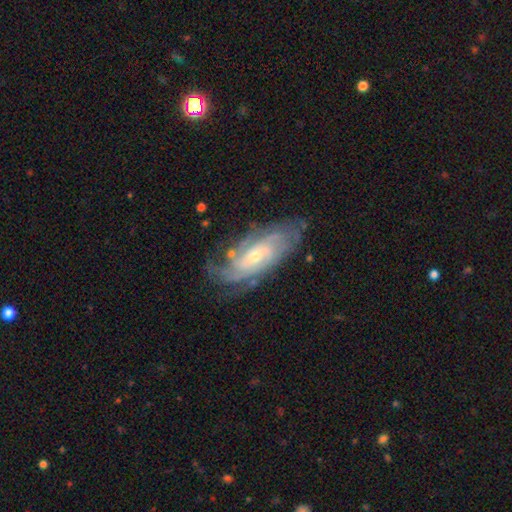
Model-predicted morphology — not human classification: smooth_or_featured: featured or disk (p=0.86) [alt: smooth p=0.09]
disk_edge_on: no (p=0.92) [alt: yes p=0.08]
bar: no (p=0.58) [alt: weak p=0.33]
has_spiral_arms: yes (p=0.95) [alt: no p=0.05]
spiral_winding: tight (p=0.63) [alt: medium p=0.30]
spiral_arm_count: can't tell (p=0.34) [alt: 4 p=0.21]
bulge_size: small (p=0.62) [alt: moderate p=0.35]
merging: none (p=0.71) [alt: minor disturbance p=0.20]